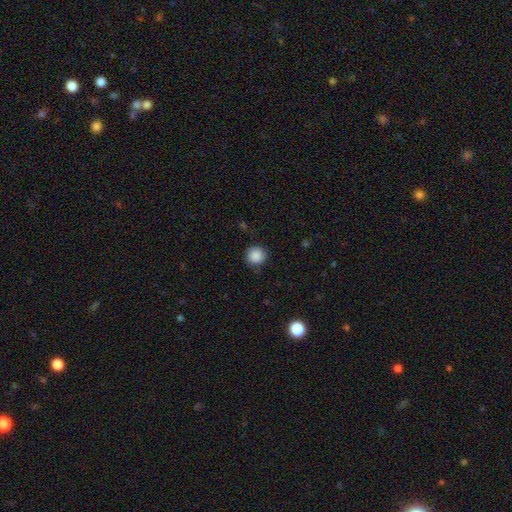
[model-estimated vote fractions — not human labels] This is clearly a smooth galaxy (88%). How rounded: clearly round (94%). Merging: clearly none (85%).